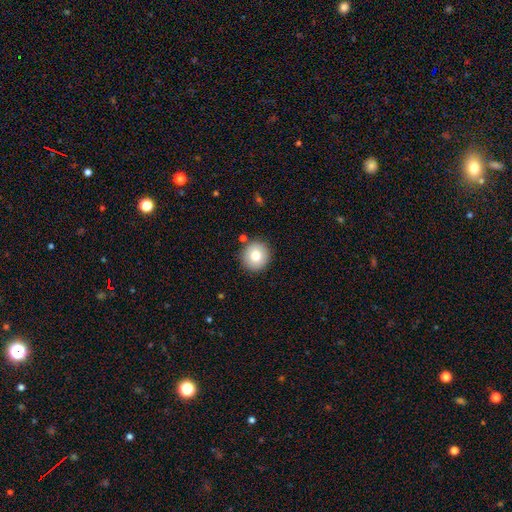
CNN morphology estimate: smooth 77%, featured or disk 13%, star or artifact 9%. Down the decision tree: how rounded — round (93%); merging — none (87%).